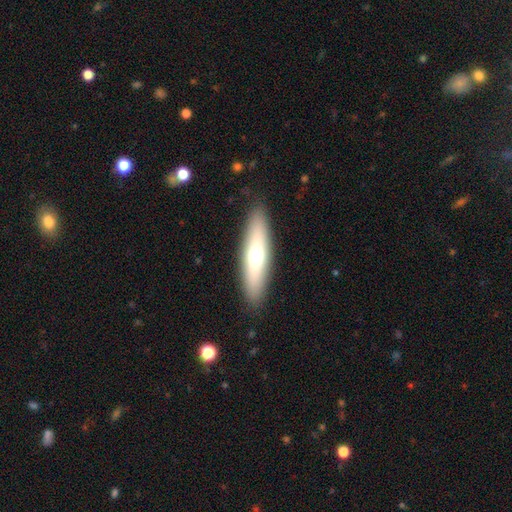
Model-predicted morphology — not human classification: A smooth galaxy with no disk features (58%) that is cigar-shaped (70%).

Vote fractions:
- Smooth or featured? smooth: 58% / featured or disk: 36% / star or artifact: 6%
- How rounded? cigar-shaped: 70% / in between: 29% / round: 2%
- Merging? none: 89% / minor disturbance: 8% / major disturbance: 2% / merger: 1%